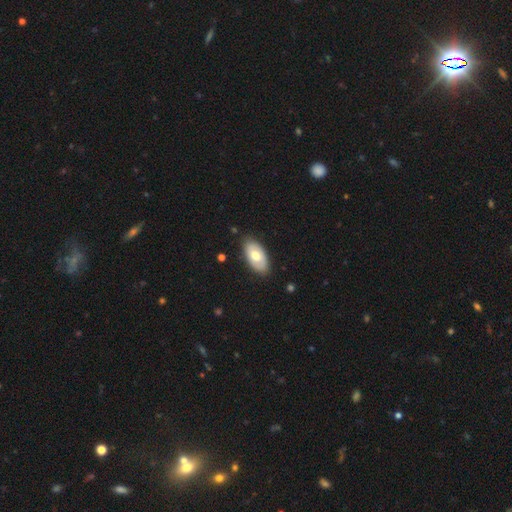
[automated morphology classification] Overall: smooth (61%; featured or disk 34%). How rounded: in between (94%). Merging: none (85%).